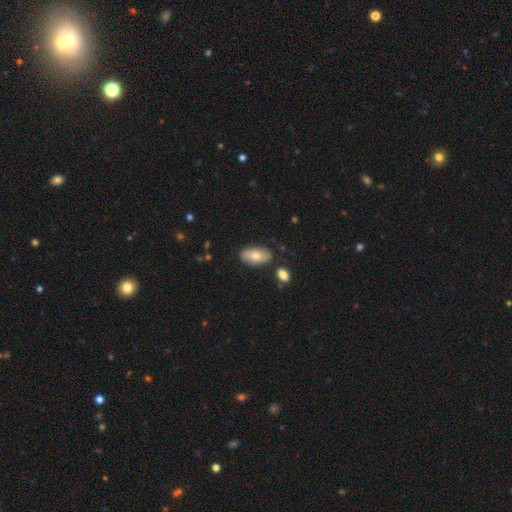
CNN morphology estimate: type=smooth (68%); roundness=in between (93%); merging=none (82%).